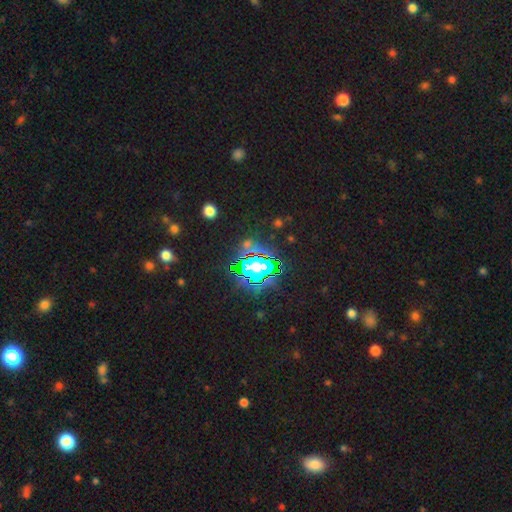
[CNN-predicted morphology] Smooth or featured? star or artifact (83%)